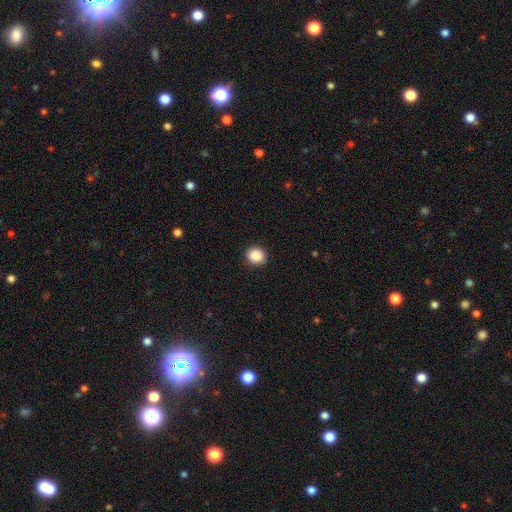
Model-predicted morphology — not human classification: A smooth galaxy with no disk features (88%) that is round (76%).

Vote fractions:
- Smooth or featured? smooth: 88% / star or artifact: 9% / featured or disk: 3%
- How rounded? round: 76% / in between: 23% / cigar-shaped: 1%
- Merging? none: 91% / minor disturbance: 6% / major disturbance: 2% / merger: 1%